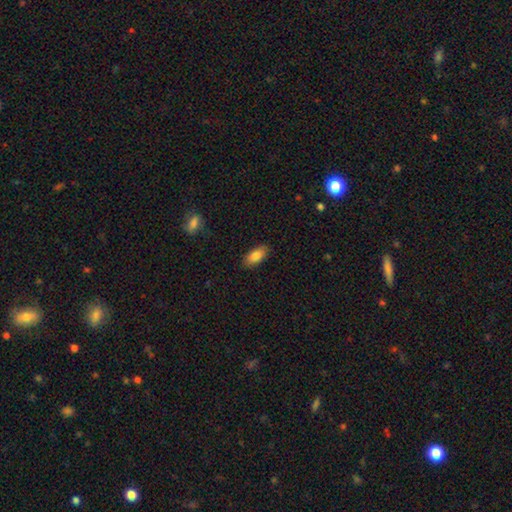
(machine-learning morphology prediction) Smooth or featured: smooth — 86% (featured or disk — 7%)
How rounded: in between — 88% (cigar-shaped — 10%)
Merging: none — 87% (minor disturbance — 10%)